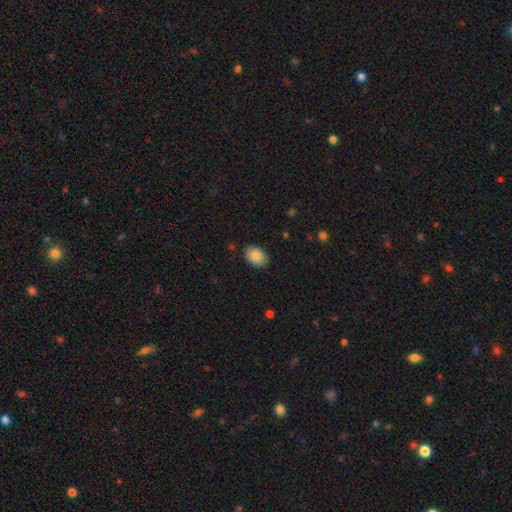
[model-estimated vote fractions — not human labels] This is clearly a smooth galaxy (86%). How rounded: clearly in between (81%). Merging: clearly none (87%).